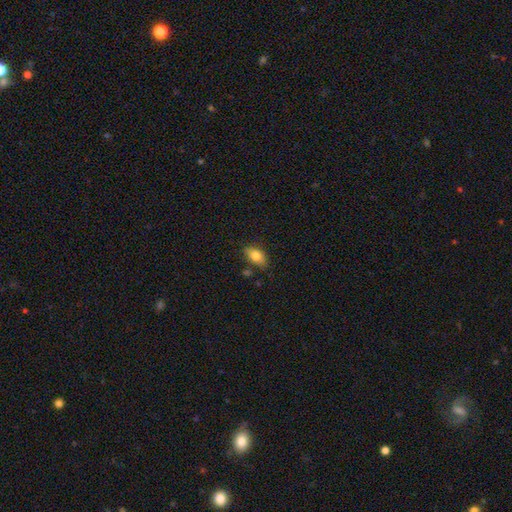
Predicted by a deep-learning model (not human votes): Smooth or featured?
  - smooth: 81% *
  - featured or disk: 12%
  - star or artifact: 8%
How rounded?
  - in between: 88% *
  - round: 9%
  - cigar-shaped: 3%
Merging?
  - none: 73% *
  - minor disturbance: 19%
  - merger: 4%
  - major disturbance: 3%